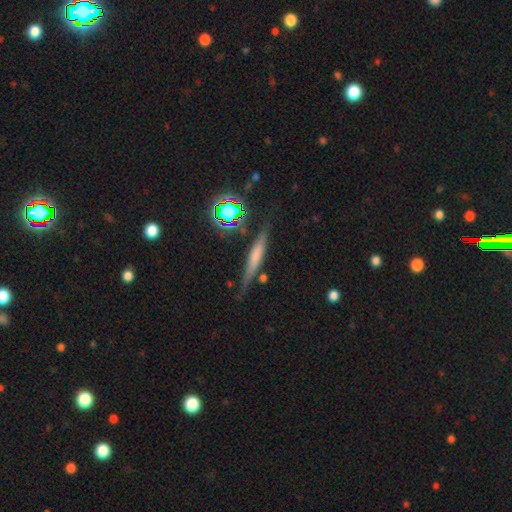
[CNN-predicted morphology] A smooth galaxy with no disk features (46%). Merging: none (78%).